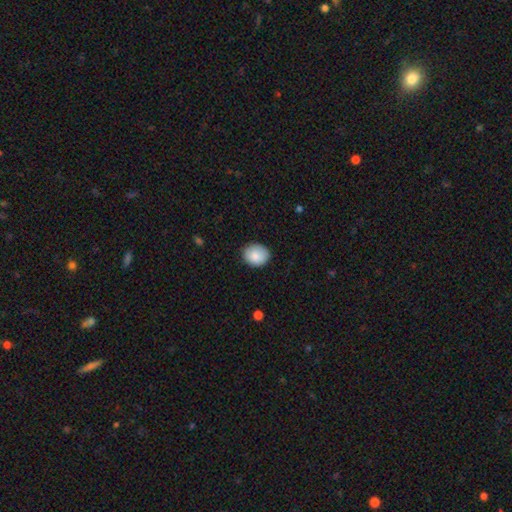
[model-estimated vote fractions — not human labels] This is clearly a smooth galaxy (86%). How rounded: possibly round (59%). Merging: clearly none (85%).